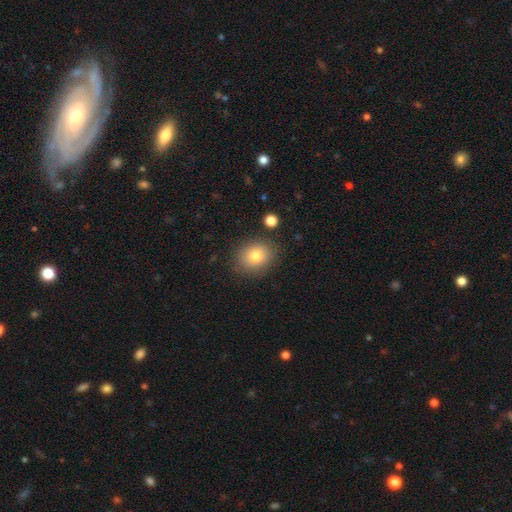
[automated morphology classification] Smooth or featured?
  - smooth: 79% *
  - featured or disk: 10%
  - star or artifact: 10%
How rounded?
  - round: 61% *
  - in between: 38%
  - cigar-shaped: 1%
Merging?
  - none: 84% *
  - minor disturbance: 10%
  - major disturbance: 3%
  - merger: 3%